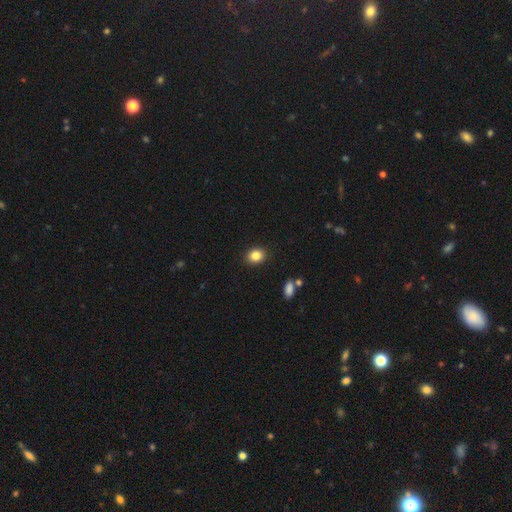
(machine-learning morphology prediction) smooth_or_featured: smooth (p=0.85) [alt: star or artifact p=0.10]
how_rounded: in between (p=0.50) [alt: round p=0.49]
merging: none (p=0.90) [alt: minor disturbance p=0.07]